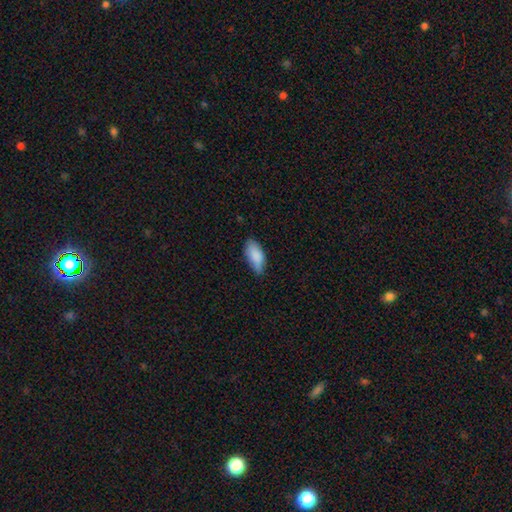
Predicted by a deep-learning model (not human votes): Q: Smooth or featured?
A: smooth (86%); runner-up: featured or disk (8%)
Q: How rounded?
A: in between (88%); runner-up: cigar-shaped (10%)
Q: Merging?
A: none (69%); runner-up: minor disturbance (26%)